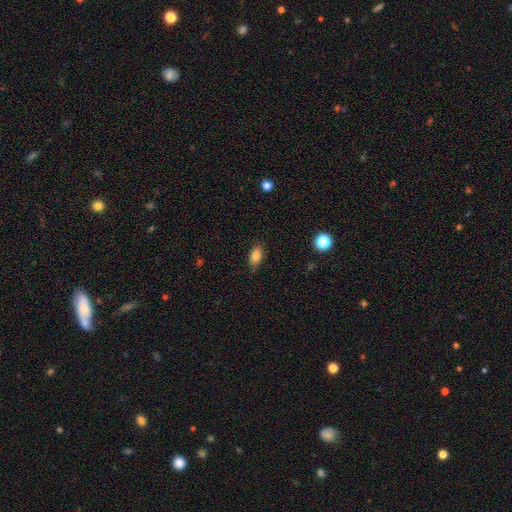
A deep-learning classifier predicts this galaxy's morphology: The model was most divided on "merging": none: 81%, minor disturbance: 15%, major disturbance: 3%, merger: 1%. More confident: how rounded — in between (87%); smooth or featured — smooth (84%).